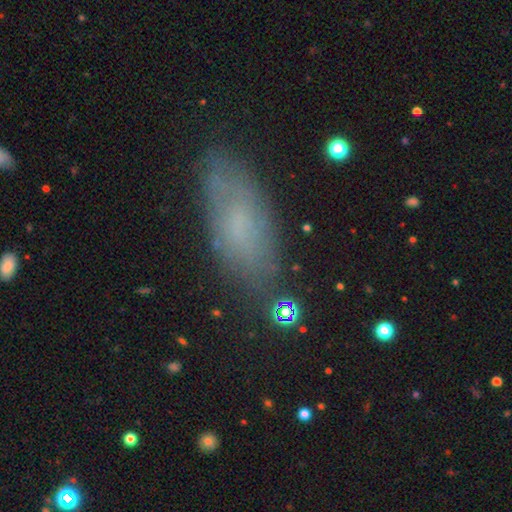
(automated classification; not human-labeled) smooth_or_featured: smooth (p=0.59) [alt: featured or disk p=0.30]
how_rounded: in between (p=0.77) [alt: cigar-shaped p=0.19]
merging: none (p=0.74) [alt: minor disturbance p=0.18]